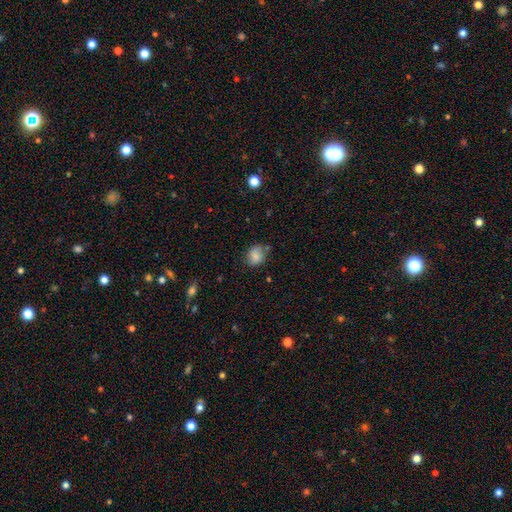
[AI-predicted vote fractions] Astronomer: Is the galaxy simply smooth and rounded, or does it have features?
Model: smooth — 76%.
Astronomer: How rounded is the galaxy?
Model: round — 58% (runner-up: in between, 40%).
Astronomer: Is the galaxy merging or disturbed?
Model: none — 62%.